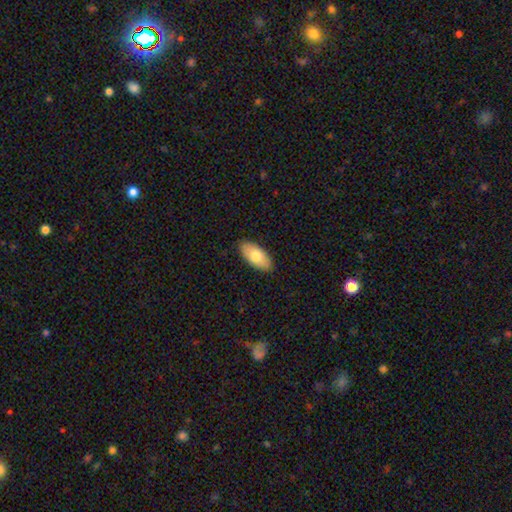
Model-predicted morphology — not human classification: This is likely a smooth galaxy (74%). How rounded: clearly in between (92%). Merging: clearly none (88%).